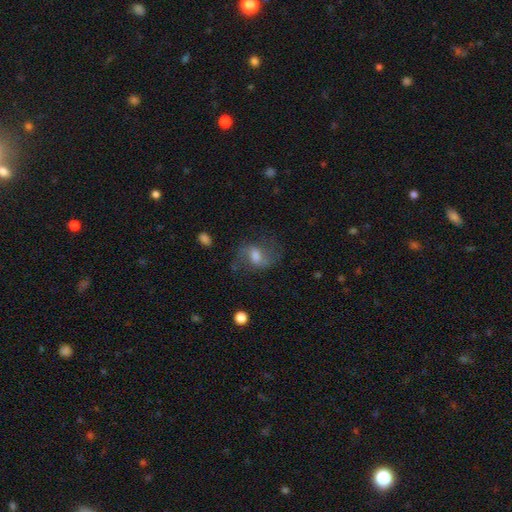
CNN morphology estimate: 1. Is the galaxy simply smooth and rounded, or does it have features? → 56% featured or disk, 33% smooth, 11% star or artifact.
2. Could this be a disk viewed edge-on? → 95% no, 5% yes.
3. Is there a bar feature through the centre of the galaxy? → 53% weak, 28% no, 19% strong.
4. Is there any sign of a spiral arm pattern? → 83% yes, 17% no.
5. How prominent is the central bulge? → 53% moderate, 24% small, 14% large, 7% none, 2% dominant.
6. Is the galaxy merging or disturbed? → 62% none, 20% minor disturbance, 15% major disturbance, 2% merger.